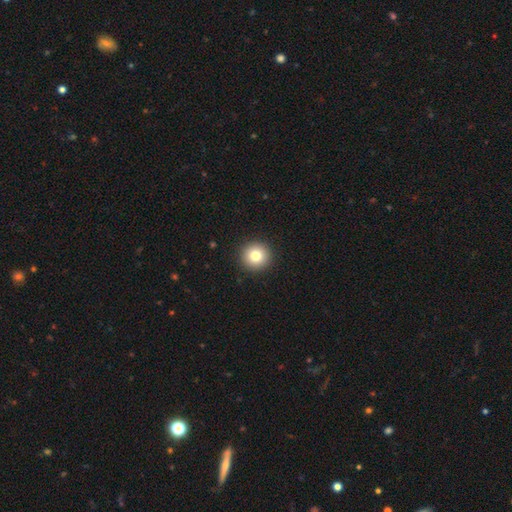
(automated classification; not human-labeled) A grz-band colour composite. It shows a smooth galaxy with no disk features (81%) that is round (95%). Merging: none (93%).